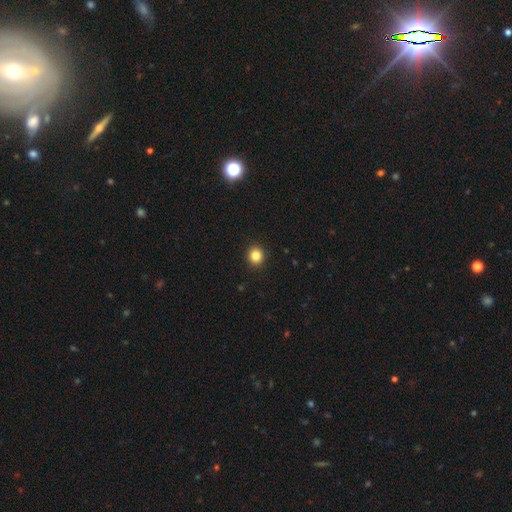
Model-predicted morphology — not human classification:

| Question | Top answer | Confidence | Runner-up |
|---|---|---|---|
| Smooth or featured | smooth | 83% | star or artifact (12%) |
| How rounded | round | 88% | in between (11%) |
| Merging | none | 92% | minor disturbance (5%) |